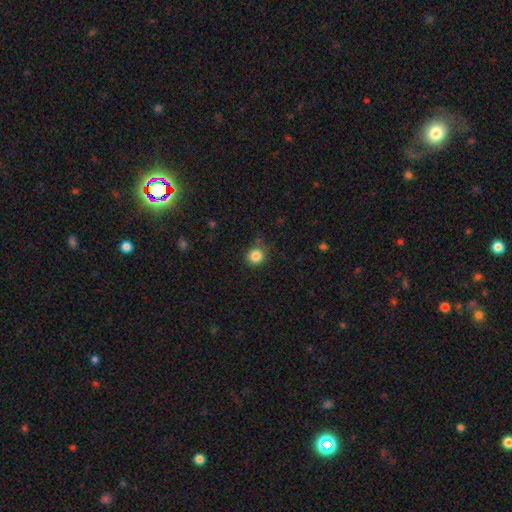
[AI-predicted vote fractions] Smooth or featured? smooth (84%)
How rounded? round (90%)
Merging? none (83%)